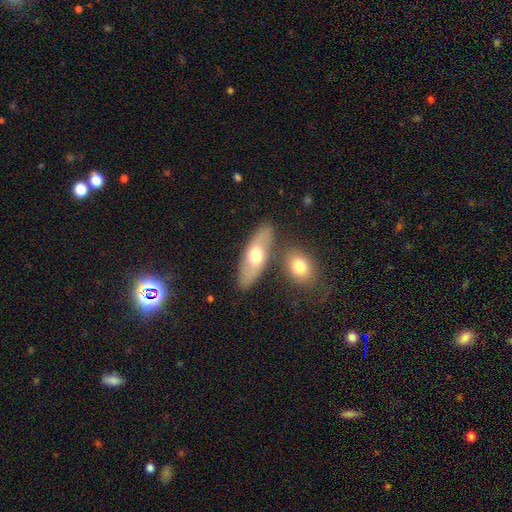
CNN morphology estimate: type=smooth (58%); roundness=in between (72%); merging=none (73%).